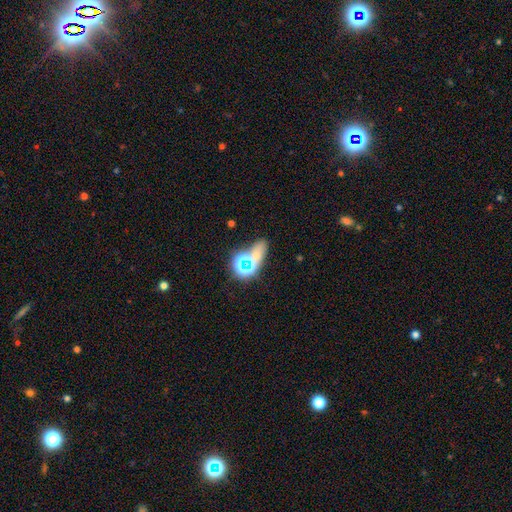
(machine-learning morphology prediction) A smooth galaxy with no disk features (45%). Merging: none (53%).